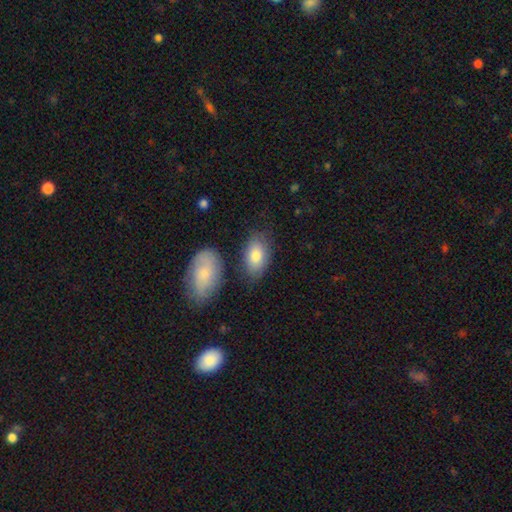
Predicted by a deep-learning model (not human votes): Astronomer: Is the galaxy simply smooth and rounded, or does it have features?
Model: smooth — 80%.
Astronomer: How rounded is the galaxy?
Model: in between — 93%.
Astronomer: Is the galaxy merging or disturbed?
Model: none — 70%.